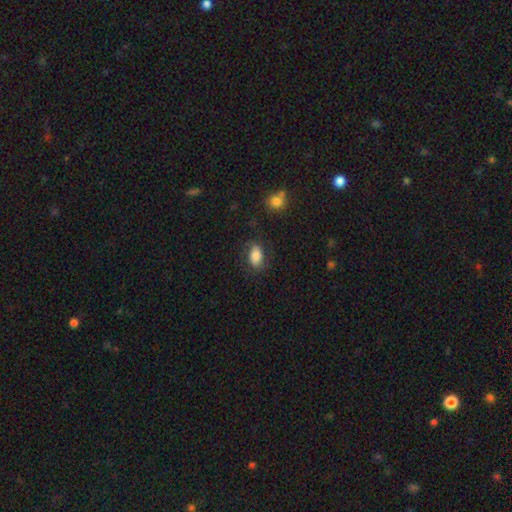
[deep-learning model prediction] Morphology: type=smooth (81%); roundness=in between (88%); merging=none (76%).